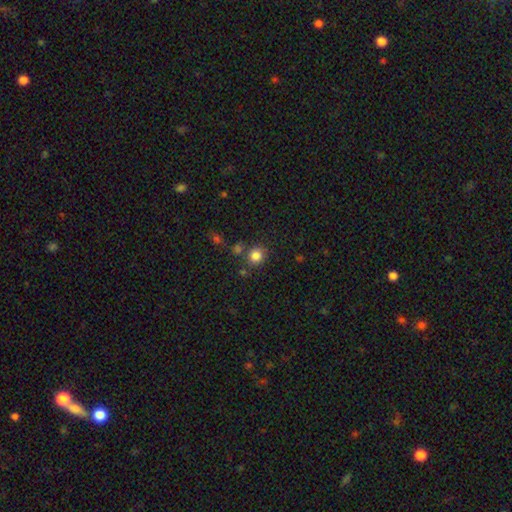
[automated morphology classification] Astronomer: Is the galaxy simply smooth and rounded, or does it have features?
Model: smooth — 83%.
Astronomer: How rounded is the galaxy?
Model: round — 85%.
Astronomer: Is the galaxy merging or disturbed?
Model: none — 77%.